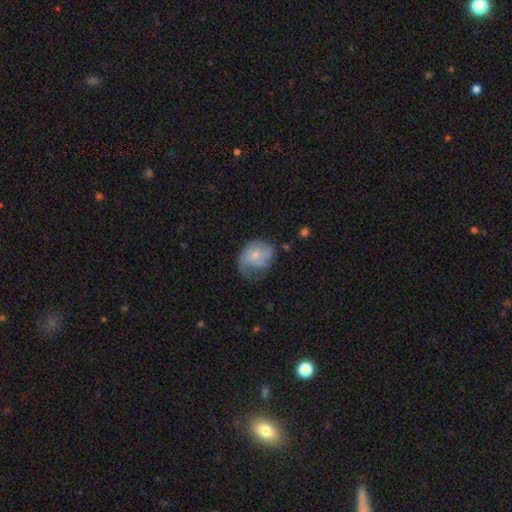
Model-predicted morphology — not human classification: Smooth or featured? smooth (59%)
How rounded? round (52%)
Merging? minor disturbance (38%)